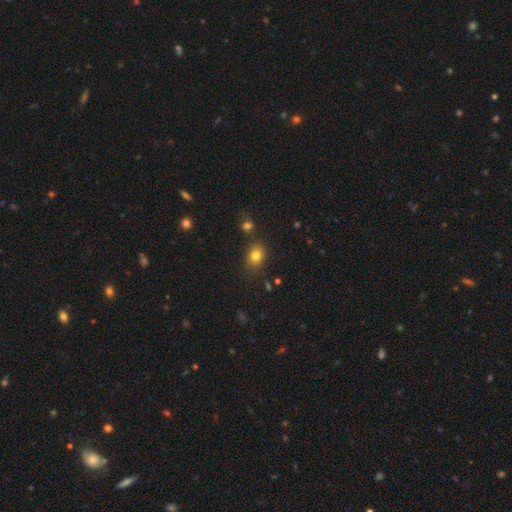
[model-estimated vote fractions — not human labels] A smooth galaxy with no disk features (80%) that is in between round and cigar-shaped (51%).

Vote fractions:
- Smooth or featured? smooth: 80% / star or artifact: 13% / featured or disk: 7%
- How rounded? in between: 51% / round: 48% / cigar-shaped: 1%
- Merging? none: 78% / minor disturbance: 13% / merger: 6% / major disturbance: 3%